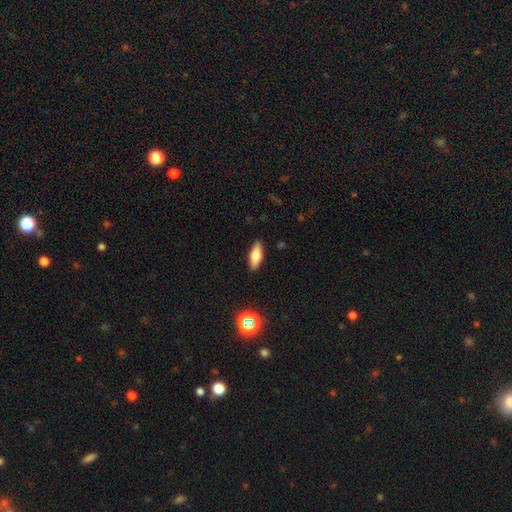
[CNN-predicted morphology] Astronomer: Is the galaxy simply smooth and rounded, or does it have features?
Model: smooth — 66%.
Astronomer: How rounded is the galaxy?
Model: in between — 67%.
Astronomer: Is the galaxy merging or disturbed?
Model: none — 88%.